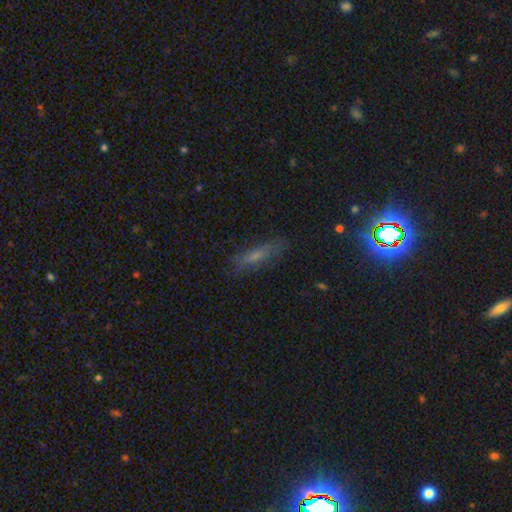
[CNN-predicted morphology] Smooth or featured?
  - smooth: 50% *
  - featured or disk: 31%
  - star or artifact: 19%
How rounded?
  - cigar-shaped: 68% *
  - in between: 29%
  - round: 3%
Merging?
  - none: 77% *
  - minor disturbance: 16%
  - major disturbance: 5%
  - merger: 2%